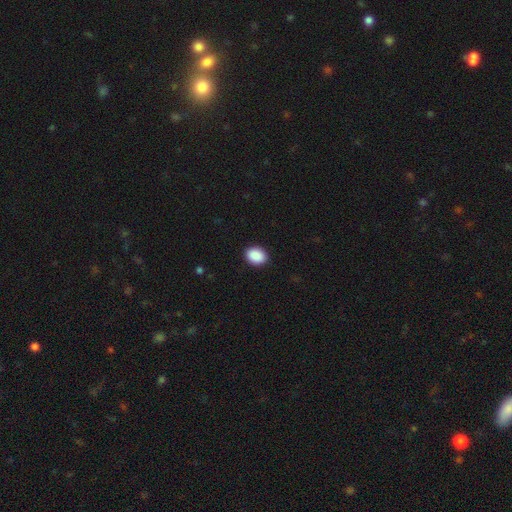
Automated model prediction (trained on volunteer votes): smooth 91%, star or artifact 7%, featured or disk 2%. Down the decision tree: how rounded — in between (72%); merging — none (91%).